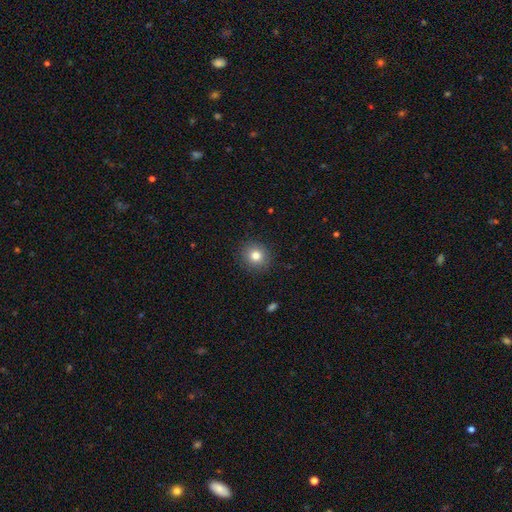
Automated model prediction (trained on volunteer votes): Q: Smooth or featured?
A: smooth (81%); runner-up: star or artifact (11%)
Q: How rounded?
A: round (87%); runner-up: in between (12%)
Q: Merging?
A: none (90%); runner-up: minor disturbance (7%)